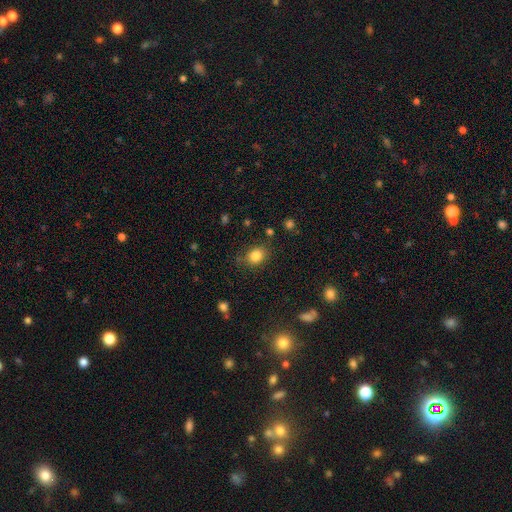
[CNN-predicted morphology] smooth 83%, star or artifact 11%, featured or disk 6%. Down the decision tree: how rounded — round (53%); merging — none (81%).